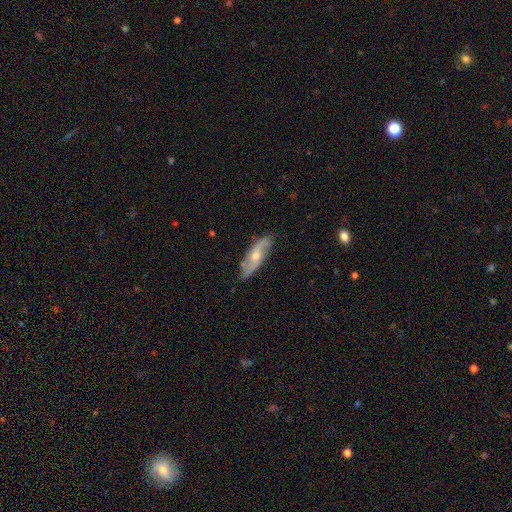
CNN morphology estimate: Overall: featured or disk (73%). Edge-on disk: no (79%). Bar: no (62%; weak 29%). Spiral arms: yes (91%). Spiral arm count: 2 (86%). Spiral winding: loose (53%; medium 32%). Bulge size: moderate (49%; small 47%). Merging: none (80%).